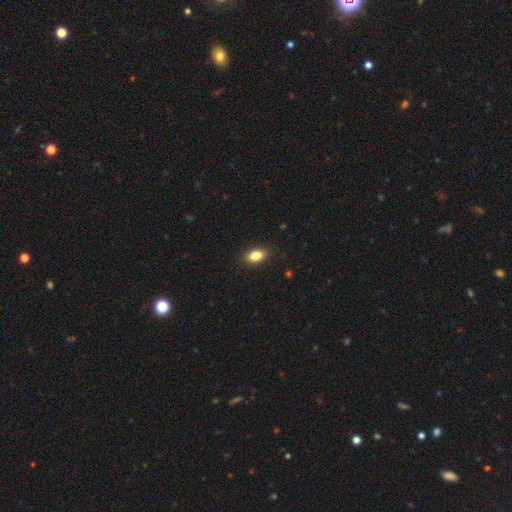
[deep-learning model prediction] This appears to be a smooth galaxy with no disk features (84%) that is in between round and cigar-shaped (88%). Merging: none (89%).